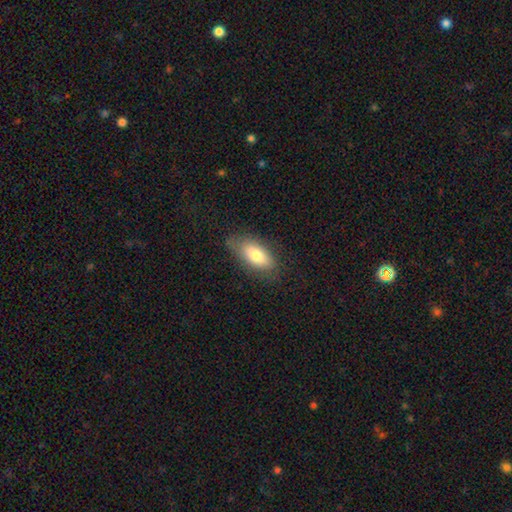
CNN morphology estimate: A smooth galaxy with no disk features (77%) that is in between round and cigar-shaped (87%). Merging: none (76%).